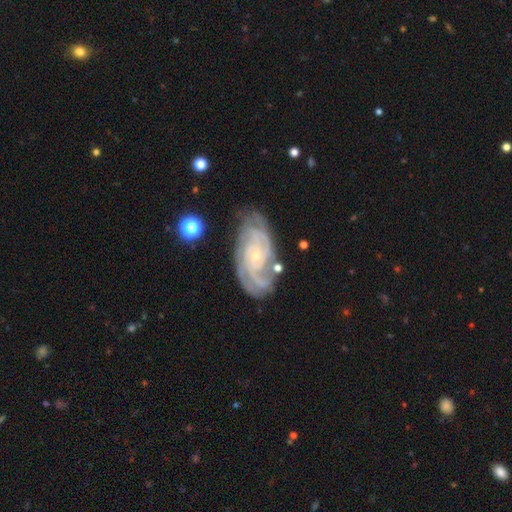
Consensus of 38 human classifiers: Morphology: type=featured or disk (92%); edge-on=no (100%); bar=no (74%); spiral arms=yes (100%); winding=tight (49%); arm count=2 (51%); bulge=small (83%); merging=none (73%).